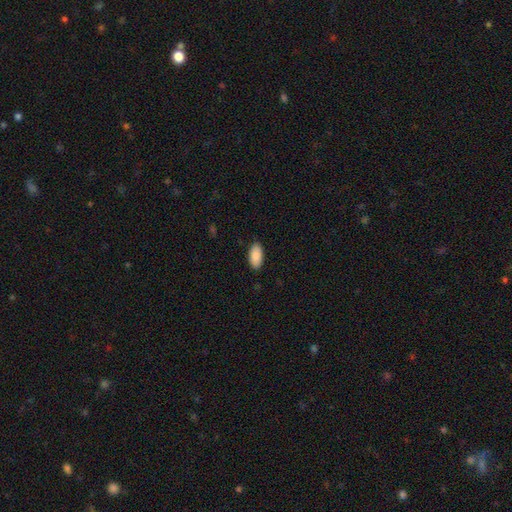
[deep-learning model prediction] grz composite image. It shows a smooth galaxy with no disk features (90%) that is in between round and cigar-shaped (94%). Merging: none (89%).